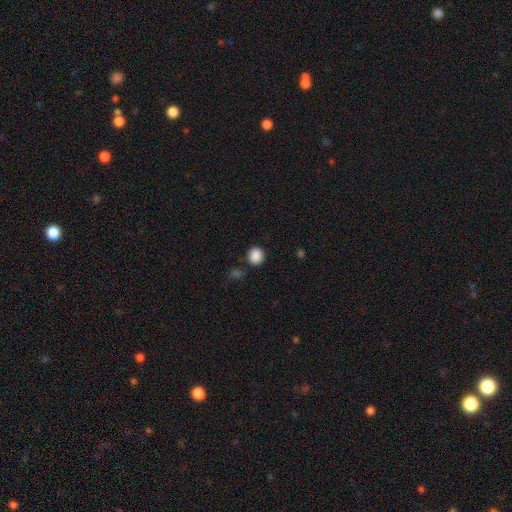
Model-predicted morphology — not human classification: smooth 88%, star or artifact 9%, featured or disk 3%. Down the decision tree: how rounded — round (70%); merging — none (83%).